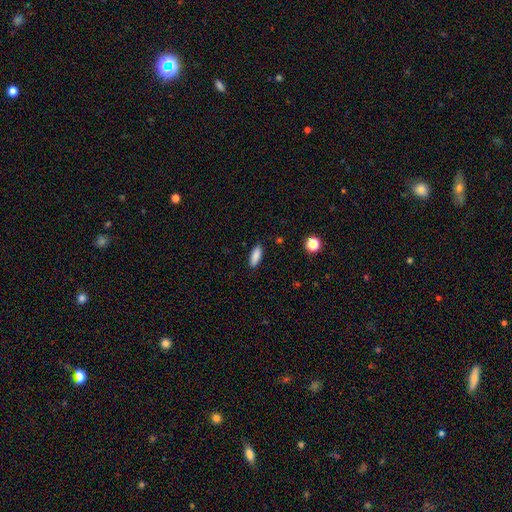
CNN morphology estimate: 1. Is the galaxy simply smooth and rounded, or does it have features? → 87% smooth, 8% star or artifact, 5% featured or disk.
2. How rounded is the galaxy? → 70% in between, 28% cigar-shaped, 2% round.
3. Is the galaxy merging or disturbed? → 87% none, 9% minor disturbance, 2% major disturbance, 1% merger.